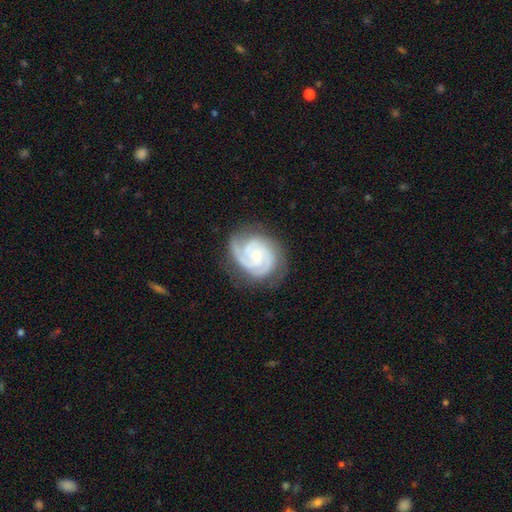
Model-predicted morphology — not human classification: A featured or disk galaxy (91%) with no bar (67%), 3 (47%) tight (68%) spiral arms (98%) and a small central bulge (61%). Merging: none (75%).